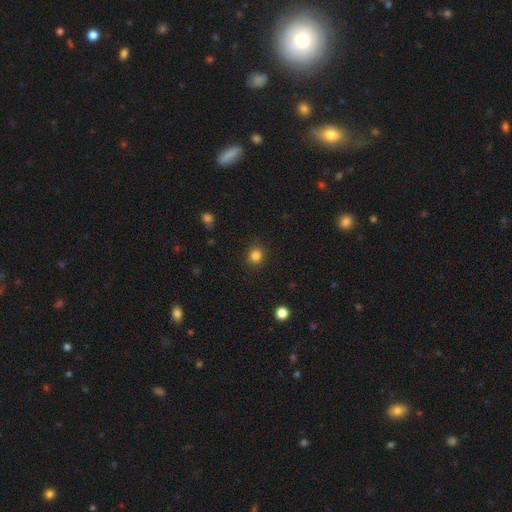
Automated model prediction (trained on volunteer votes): A smooth galaxy with no disk features (84%) that is round (86%). Merging: none (89%).